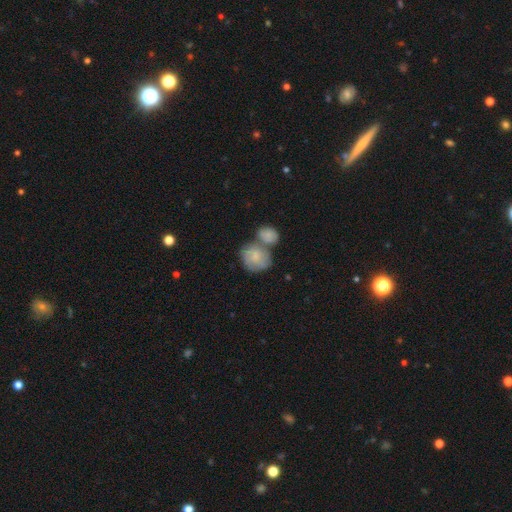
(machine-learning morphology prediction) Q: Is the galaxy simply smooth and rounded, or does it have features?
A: smooth — 52%.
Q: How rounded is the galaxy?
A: round — 66%.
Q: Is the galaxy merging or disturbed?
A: merger — 46%.